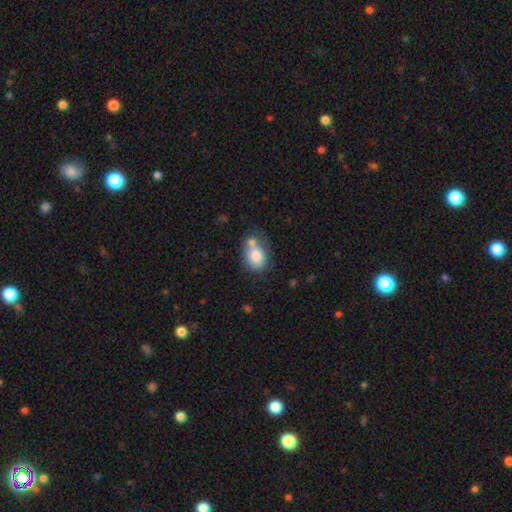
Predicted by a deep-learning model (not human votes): A smooth galaxy with no disk features (80%) that is in between round and cigar-shaped (63%).

Vote fractions:
- Smooth or featured? smooth: 80% / featured or disk: 12% / star or artifact: 8%
- How rounded? in between: 63% / round: 36% / cigar-shaped: 1%
- Merging? none: 40% / merger: 36% / minor disturbance: 17% / major disturbance: 7%